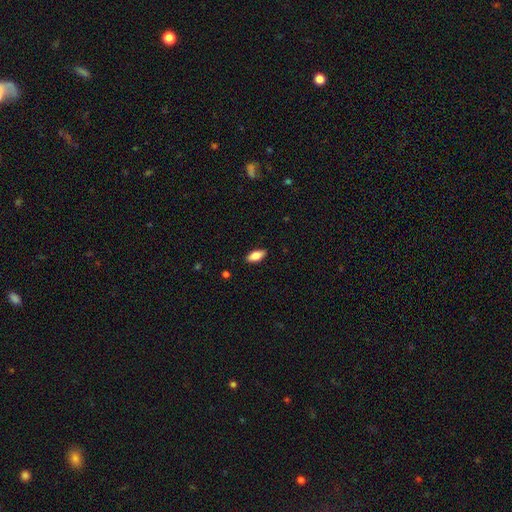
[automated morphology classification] Q: Smooth or featured?
A: smooth (78%); runner-up: featured or disk (15%)
Q: How rounded?
A: in between (85%); runner-up: cigar-shaped (12%)
Q: Merging?
A: none (88%); runner-up: minor disturbance (9%)